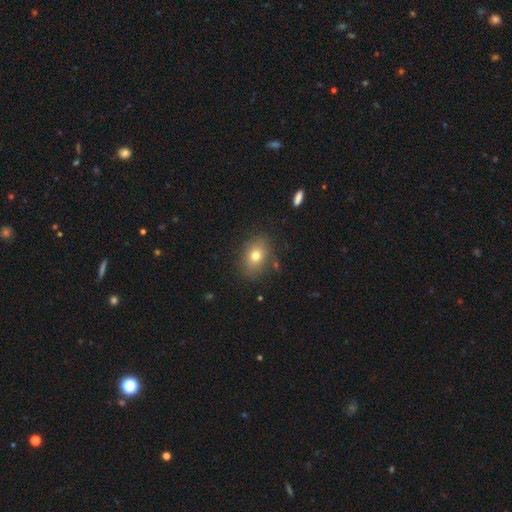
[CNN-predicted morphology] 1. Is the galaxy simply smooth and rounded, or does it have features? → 75% smooth, 14% featured or disk, 11% star or artifact.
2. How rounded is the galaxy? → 65% in between, 34% round, 1% cigar-shaped.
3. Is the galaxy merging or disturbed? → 81% none, 13% minor disturbance, 4% major disturbance, 2% merger.